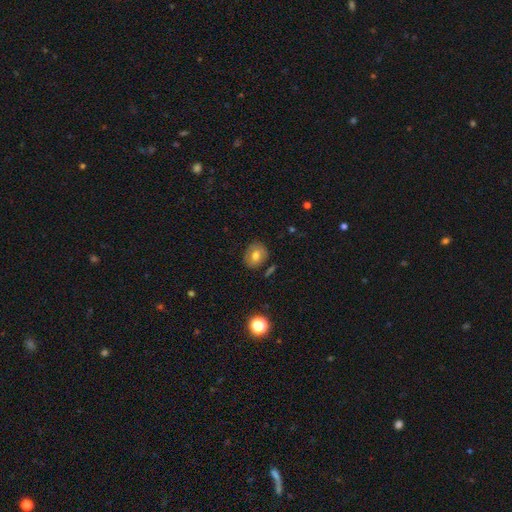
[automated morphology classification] This appears to be a smooth galaxy with no disk features (67%) that is round (60%). Merging: none (81%).